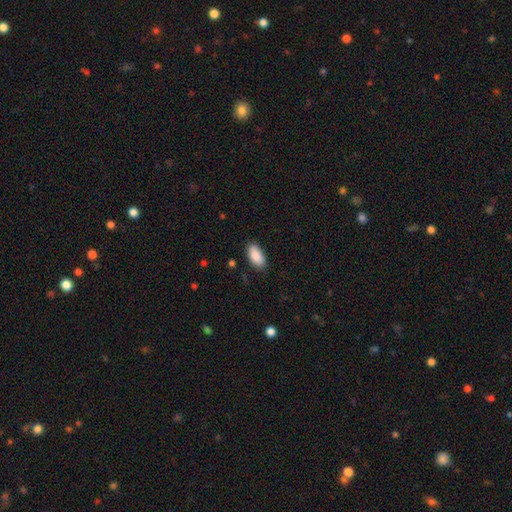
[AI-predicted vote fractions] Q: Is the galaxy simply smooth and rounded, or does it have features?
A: smooth — 90%.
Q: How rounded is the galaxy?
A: in between — 93%.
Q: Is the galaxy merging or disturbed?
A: none — 86%.